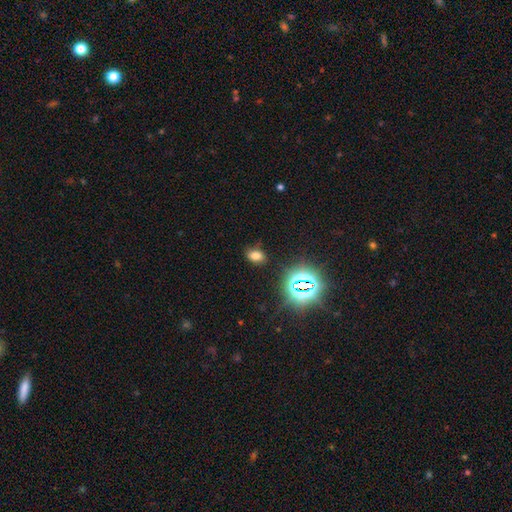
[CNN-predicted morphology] Q: Smooth or featured?
A: smooth (67%); runner-up: star or artifact (26%)
Q: How rounded?
A: in between (77%); runner-up: round (22%)
Q: Merging?
A: none (82%); runner-up: minor disturbance (12%)